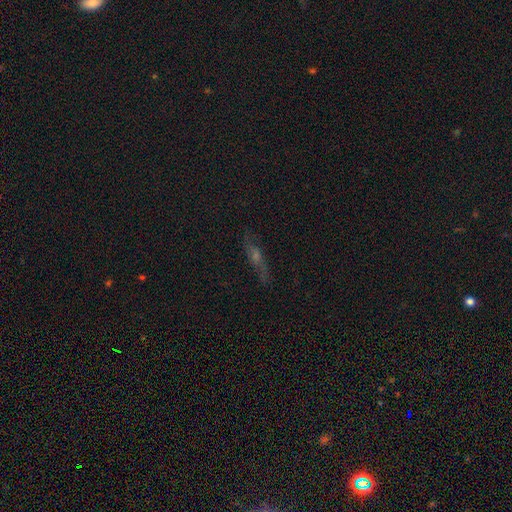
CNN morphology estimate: featured or disk 54%, smooth 27%, star or artifact 19%. Down the decision tree: edge-on disk — yes (75%); merging — none (80%).